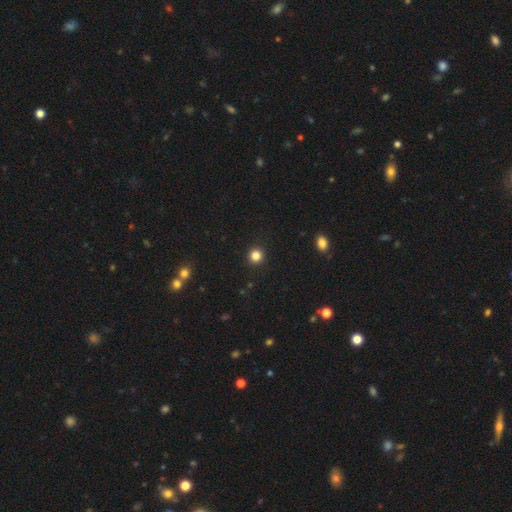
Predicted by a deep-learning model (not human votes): A smooth galaxy with no disk features (84%) that is round (95%). Merging: none (93%).